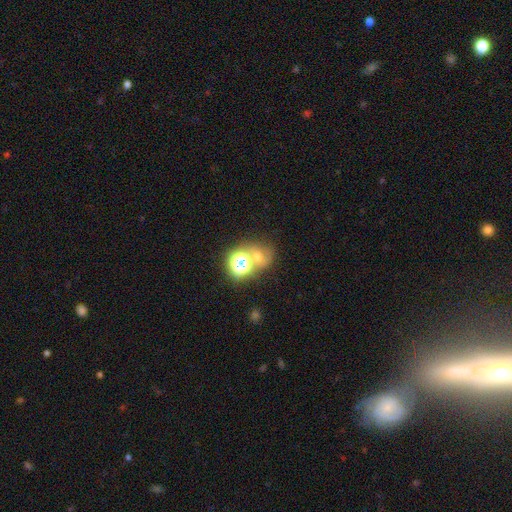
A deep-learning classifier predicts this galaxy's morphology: smooth 45%, star or artifact 38%, featured or disk 17%. Down the decision tree: merging — none (44%).